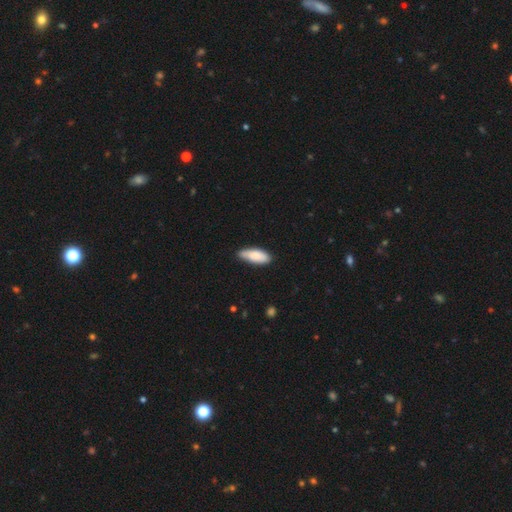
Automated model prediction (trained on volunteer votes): A smooth galaxy with no disk features (85%) that is in between round and cigar-shaped (75%). Merging: none (72%).